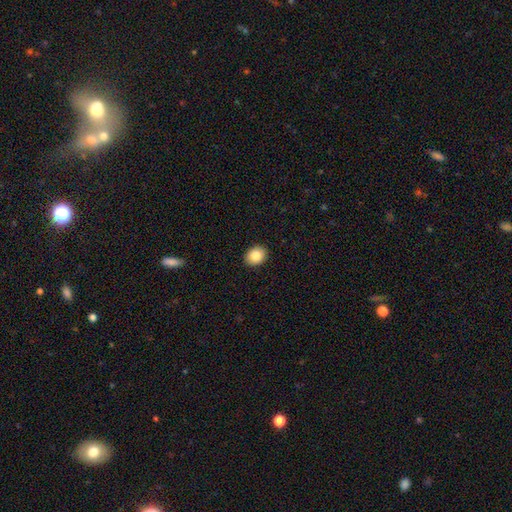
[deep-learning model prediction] smooth 85%, star or artifact 8%, featured or disk 7%. Down the decision tree: how rounded — in between (52%); merging — none (92%).